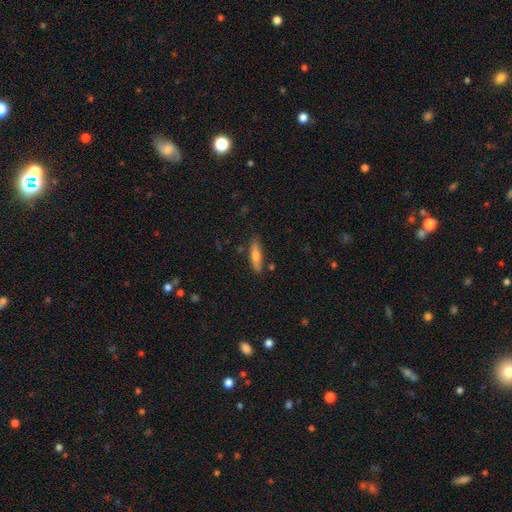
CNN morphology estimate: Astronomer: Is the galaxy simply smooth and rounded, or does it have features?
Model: smooth — 61%.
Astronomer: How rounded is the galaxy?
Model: cigar-shaped — 69%.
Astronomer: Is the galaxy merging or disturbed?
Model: none — 81%.